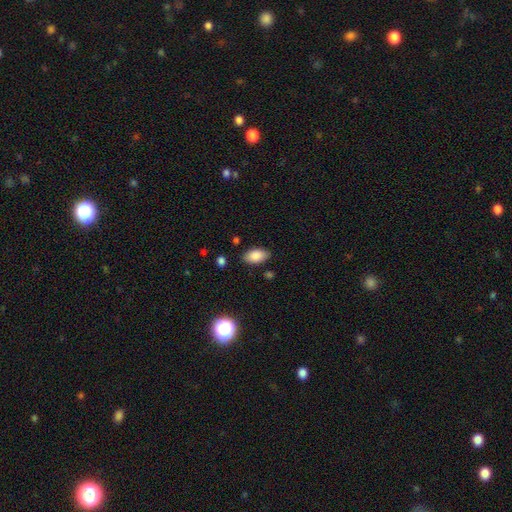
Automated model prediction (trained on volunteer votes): Smooth or featured? smooth (86%)
How rounded? in between (93%)
Merging? none (84%)